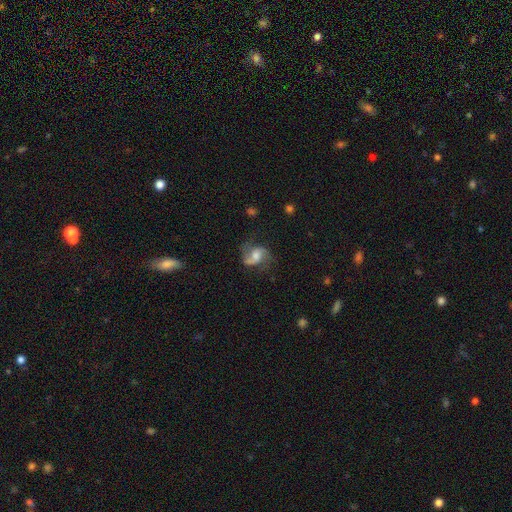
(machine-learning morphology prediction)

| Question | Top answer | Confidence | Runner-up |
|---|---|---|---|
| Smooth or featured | featured or disk | 72% | smooth (20%) |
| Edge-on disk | no | 97% | yes (3%) |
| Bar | no | 51% | weak (38%) |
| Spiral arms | yes | 93% | no (7%) |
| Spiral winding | loose | 46% | medium (42%) |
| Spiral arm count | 2 | 87% | 1 (5%) |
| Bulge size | moderate | 57% | small (21%) |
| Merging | none | 64% | minor disturbance (21%) |